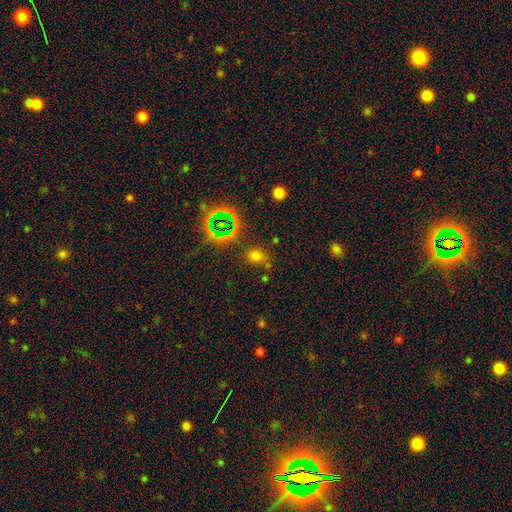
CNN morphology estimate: type=smooth (60%); roundness=round (65%); merging=none (74%).